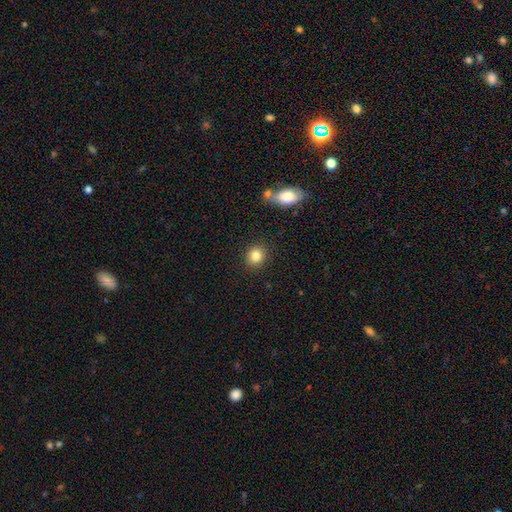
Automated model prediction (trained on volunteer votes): Smooth or featured?
  - smooth: 83% *
  - star or artifact: 11%
  - featured or disk: 7%
How rounded?
  - round: 80% *
  - in between: 19%
  - cigar-shaped: 1%
Merging?
  - none: 88% *
  - minor disturbance: 7%
  - major disturbance: 2%
  - merger: 2%